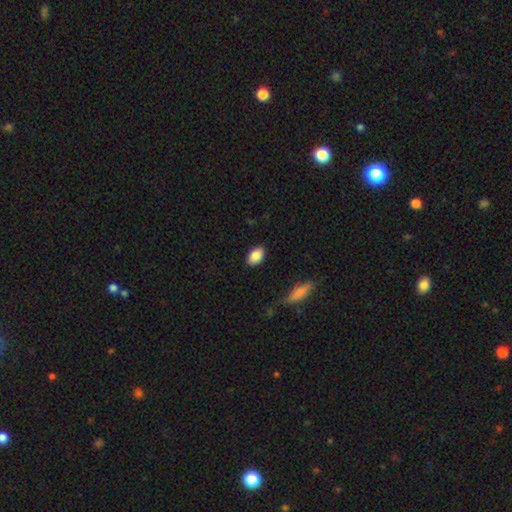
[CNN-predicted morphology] Smooth or featured? Predicted: smooth (p=0.86). How rounded? Predicted: in between (p=0.90). Merging? Predicted: none (p=0.85).